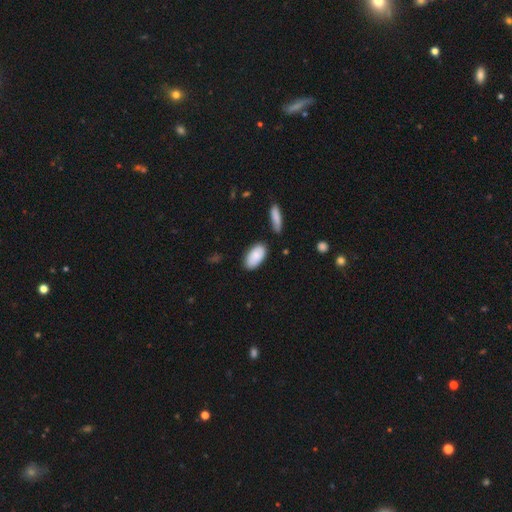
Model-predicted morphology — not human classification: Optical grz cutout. It shows a smooth galaxy with no disk features (86%) that is in between round and cigar-shaped (94%). Merging: none (79%).